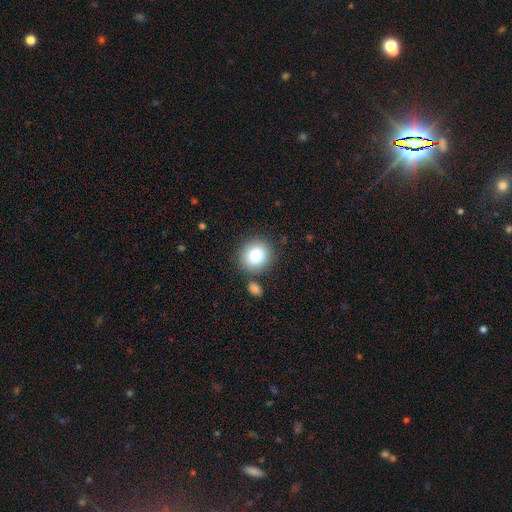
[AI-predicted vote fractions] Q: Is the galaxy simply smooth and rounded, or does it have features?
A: smooth — 85%.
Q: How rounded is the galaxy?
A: round — 83%.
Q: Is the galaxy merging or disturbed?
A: none — 78%.